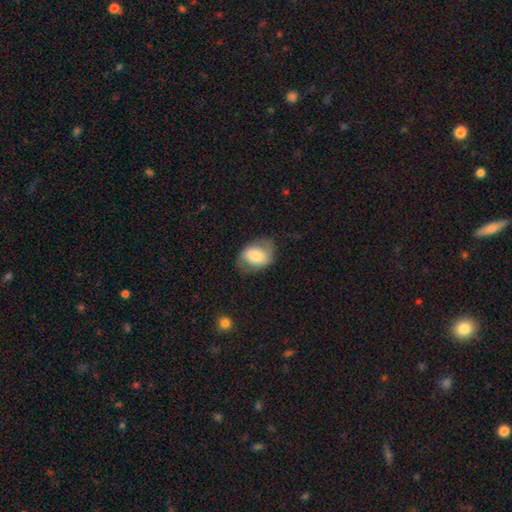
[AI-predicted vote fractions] Morphology: type=smooth (63%); roundness=in between (74%); merging=none (65%).